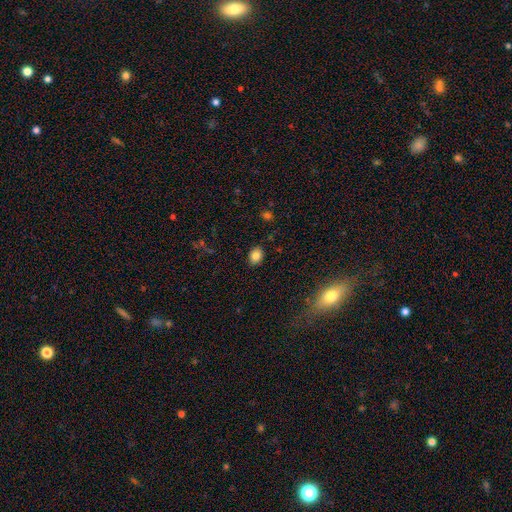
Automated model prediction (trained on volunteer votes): This is clearly a smooth galaxy (82%). How rounded: likely in between (62%). Merging: clearly none (88%).